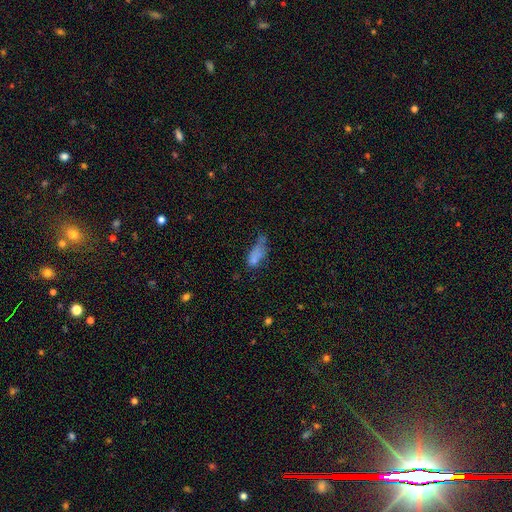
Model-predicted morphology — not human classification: This appears to be a smooth galaxy with no disk features (68%) that is in between round and cigar-shaped (79%). Merging: major disturbance (32%).